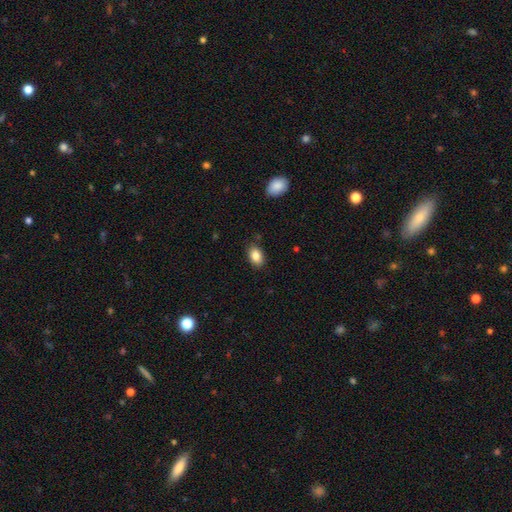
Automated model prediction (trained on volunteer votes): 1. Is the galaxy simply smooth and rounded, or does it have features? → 86% smooth, 8% star or artifact, 6% featured or disk.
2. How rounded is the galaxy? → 86% in between, 13% round, 1% cigar-shaped.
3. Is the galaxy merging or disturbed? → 85% none, 11% minor disturbance, 2% major disturbance, 1% merger.